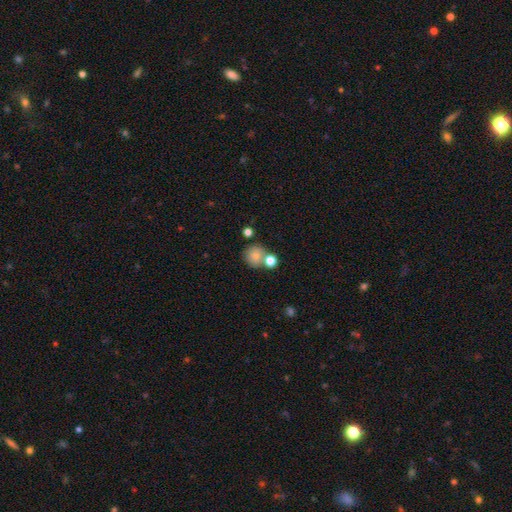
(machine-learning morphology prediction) A smooth galaxy with no disk features (80%) that is round (89%).

Vote fractions:
- Smooth or featured? smooth: 80% / star or artifact: 11% / featured or disk: 9%
- How rounded? round: 89% / in between: 10% / cigar-shaped: 1%
- Merging? none: 61% / merger: 26% / minor disturbance: 10% / major disturbance: 4%